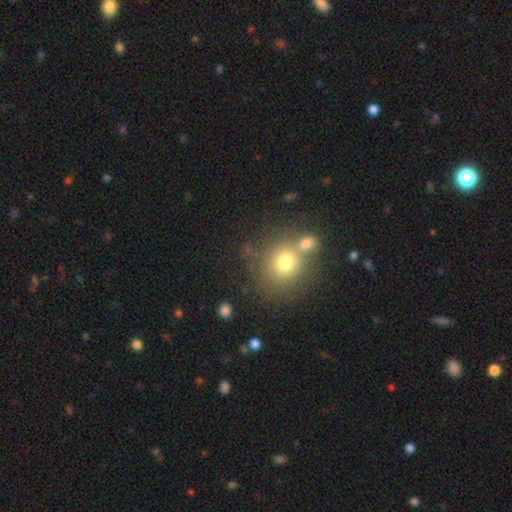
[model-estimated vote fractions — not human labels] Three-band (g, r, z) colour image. It shows a smooth galaxy with no disk features (66%) that is round (83%). Merging: none (58%).